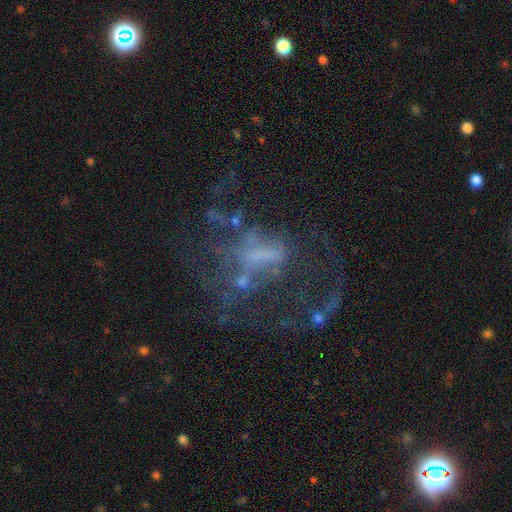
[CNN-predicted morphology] Smooth or featured: featured or disk — 63% (star or artifact — 23%)
Edge-on disk: no — 96% (yes — 4%)
Bar: no — 55% (weak — 30%)
Spiral arms: no — 67% (yes — 33%)
Bulge size: none — 52% (small — 25%)
Merging: major disturbance — 48% (none — 31%)